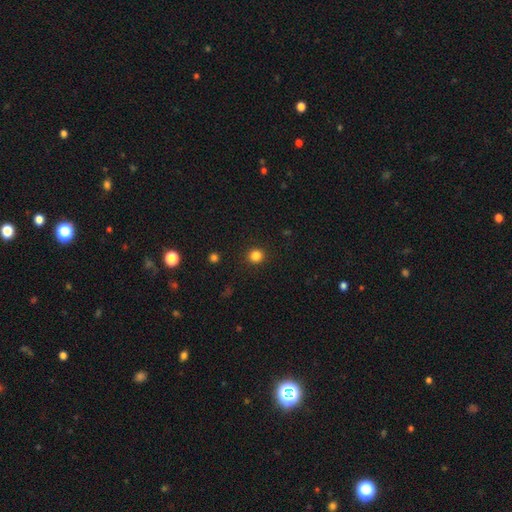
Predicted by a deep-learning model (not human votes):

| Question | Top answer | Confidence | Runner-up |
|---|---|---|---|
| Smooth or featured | smooth | 84% | star or artifact (12%) |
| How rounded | round | 90% | in between (9%) |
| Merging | none | 92% | minor disturbance (5%) |